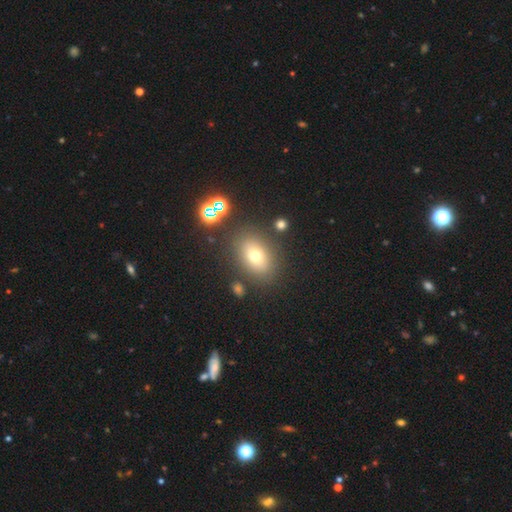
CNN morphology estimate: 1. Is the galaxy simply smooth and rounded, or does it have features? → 69% smooth, 16% star or artifact, 15% featured or disk.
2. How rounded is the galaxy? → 69% in between, 29% round, 2% cigar-shaped.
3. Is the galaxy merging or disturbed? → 81% none, 10% minor disturbance, 5% major disturbance, 4% merger.